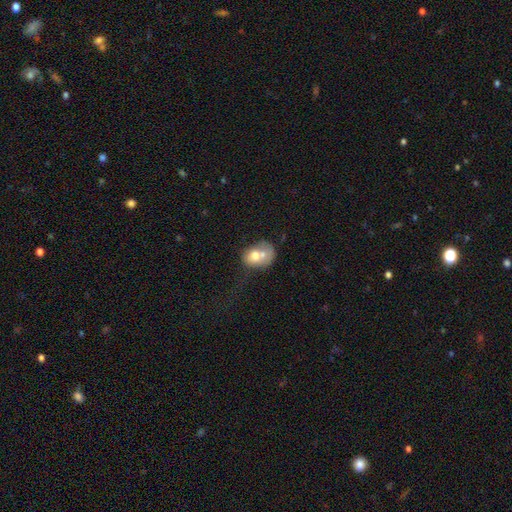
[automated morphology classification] Smooth or featured? Predicted: smooth (p=0.61). How rounded? Predicted: in between (p=0.55). Merging? Predicted: merger (p=0.58).